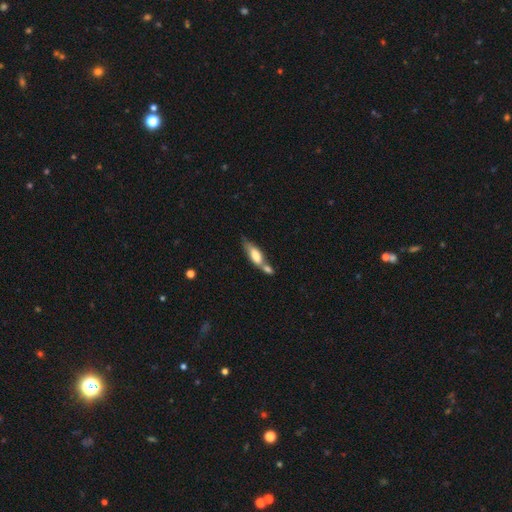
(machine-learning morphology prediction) This is likely a smooth galaxy (66%). How rounded: likely in between (62%). Merging: possibly merger (51%).